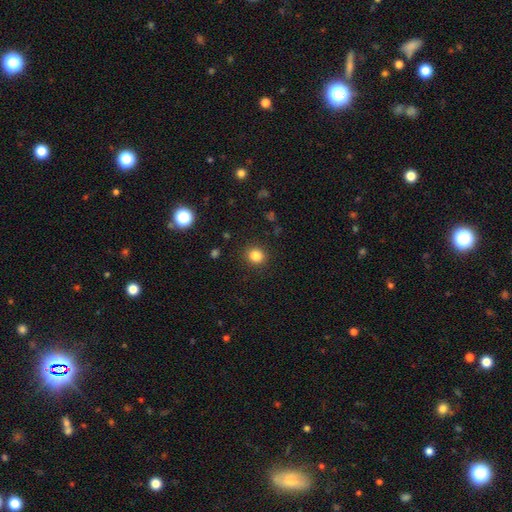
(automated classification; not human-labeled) A smooth galaxy with no disk features (83%) that is round (84%).

Vote fractions:
- Smooth or featured? smooth: 83% / star or artifact: 12% / featured or disk: 5%
- How rounded? round: 84% / in between: 15% / cigar-shaped: 1%
- Merging? none: 90% / minor disturbance: 6% / major disturbance: 2% / merger: 1%